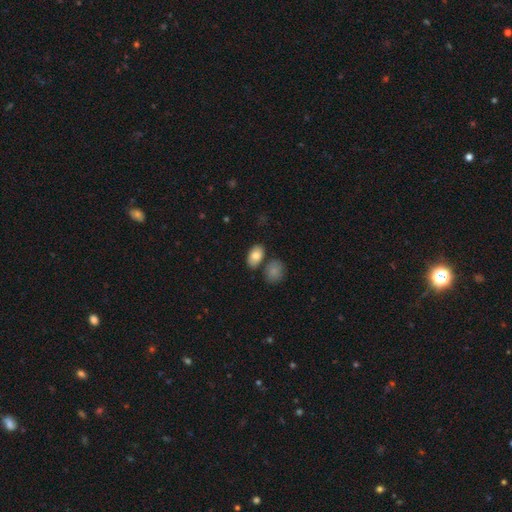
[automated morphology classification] Smooth or featured? smooth (82%)
How rounded? in between (91%)
Merging? none (69%)